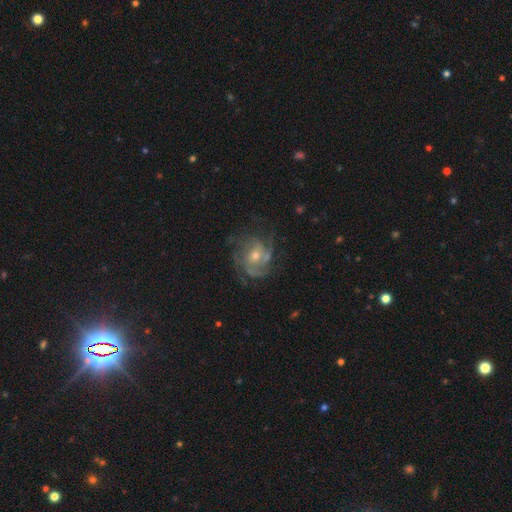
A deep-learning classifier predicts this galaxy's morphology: Smooth or featured? featured or disk (83%)
Edge-on disk? no (98%)
Bar? no (69%)
Spiral arms? yes (94%)
Spiral winding? tight (47%)
Spiral arm count? 3 (30%)
Bulge size? small (50%)
Merging? none (69%)